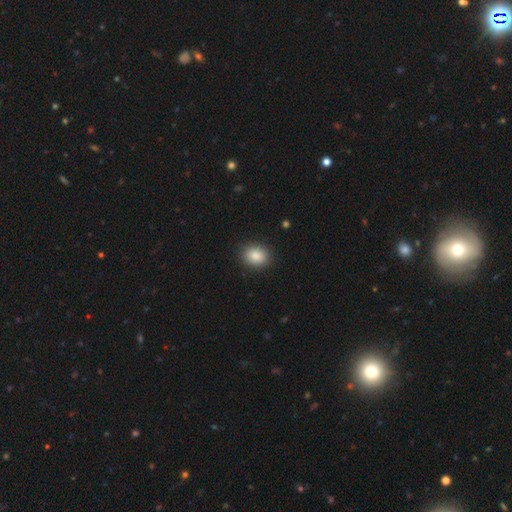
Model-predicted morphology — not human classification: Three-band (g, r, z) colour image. It shows a smooth galaxy with no disk features (88%) that is round (50%). Merging: none (89%).